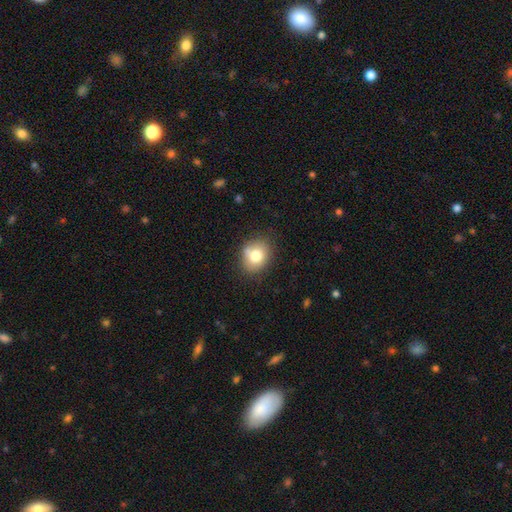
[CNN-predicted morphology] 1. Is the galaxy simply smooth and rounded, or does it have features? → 77% smooth, 13% featured or disk, 10% star or artifact.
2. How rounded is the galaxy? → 59% round, 40% in between, 1% cigar-shaped.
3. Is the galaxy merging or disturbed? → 72% none, 18% minor disturbance, 6% merger, 4% major disturbance.